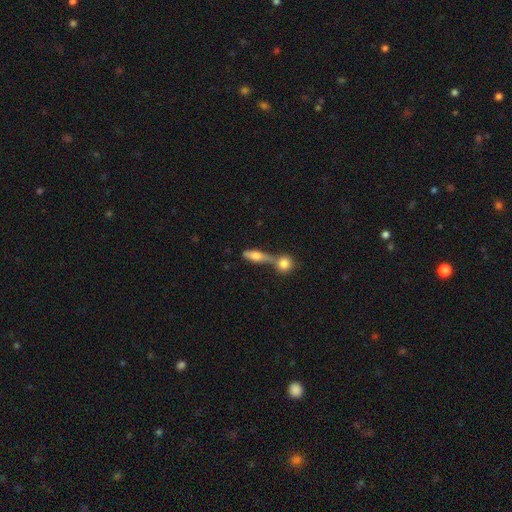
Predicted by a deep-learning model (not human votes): This is likely a smooth galaxy (69%). How rounded: possibly in between (54%). Merging: possibly merger (54%).